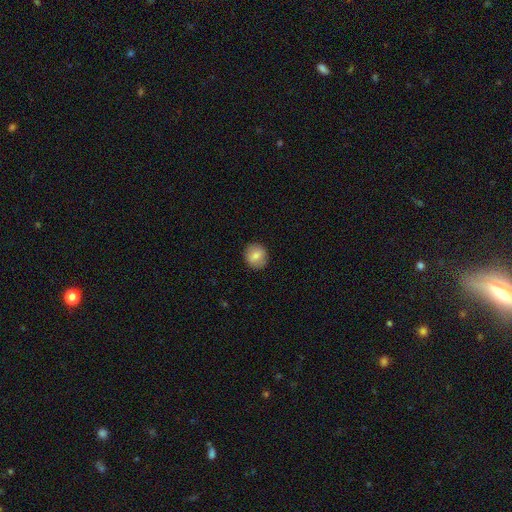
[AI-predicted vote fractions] This appears to be a smooth galaxy with no disk features (78%) that is round (88%). Merging: none (89%).